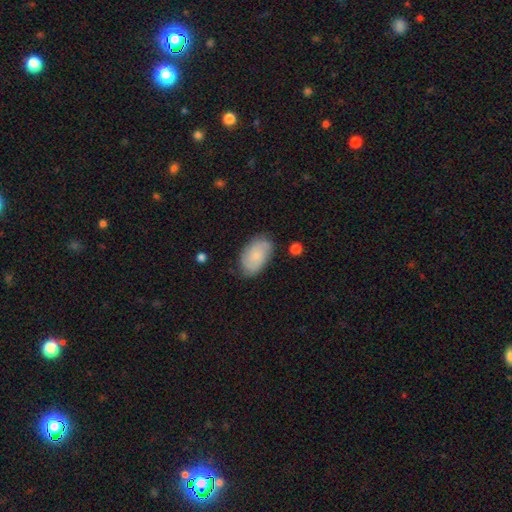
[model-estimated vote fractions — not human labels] Smooth or featured?
  - smooth: 54% *
  - featured or disk: 39%
  - star or artifact: 7%
How rounded?
  - in between: 91% *
  - round: 7%
  - cigar-shaped: 2%
Merging?
  - none: 76% *
  - minor disturbance: 18%
  - major disturbance: 4%
  - merger: 2%